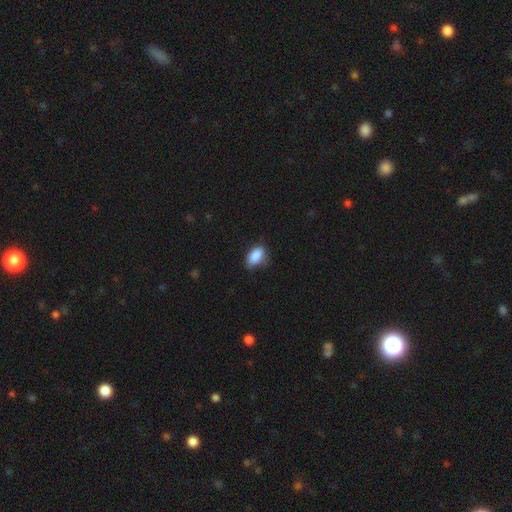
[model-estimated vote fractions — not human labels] smooth_or_featured: smooth (p=0.87) [alt: star or artifact p=0.08]
how_rounded: in between (p=0.89) [alt: round p=0.08]
merging: none (p=0.68) [alt: minor disturbance p=0.26]